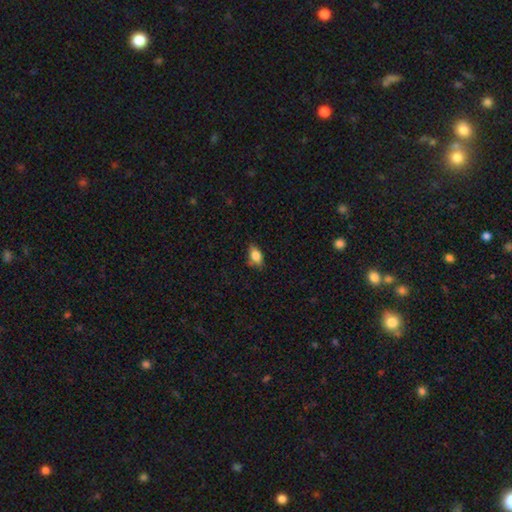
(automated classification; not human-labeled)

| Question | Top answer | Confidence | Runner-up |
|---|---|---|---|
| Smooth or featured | smooth | 78% | featured or disk (13%) |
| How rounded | in between | 85% | round (9%) |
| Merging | none | 72% | minor disturbance (21%) |